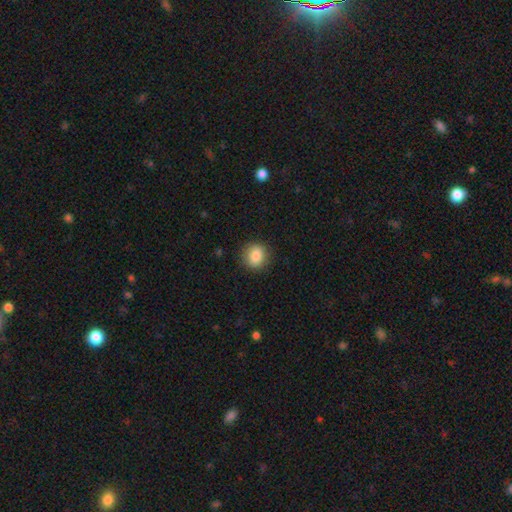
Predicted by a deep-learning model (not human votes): smooth-or-featured: smooth: 87% | star or artifact: 9% | featured or disk: 5%
  how-rounded: round: 76% | in between: 23% | cigar-shaped: 1%
  merging: none: 87% | minor disturbance: 9% | major disturbance: 3% | merger: 1%